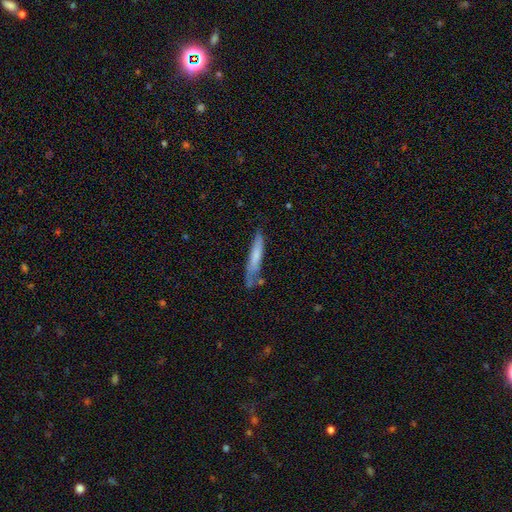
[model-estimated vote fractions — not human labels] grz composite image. It shows a smooth galaxy with no disk features (63%) that is cigar-shaped (88%). Merging: none (60%).